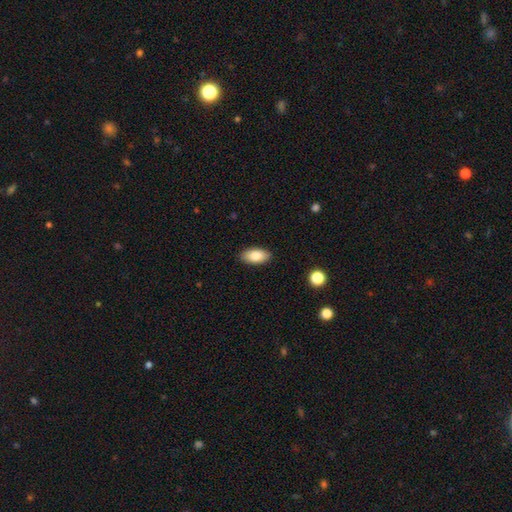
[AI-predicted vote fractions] A smooth galaxy with no disk features (84%) that is in between round and cigar-shaped (93%). Merging: none (89%).